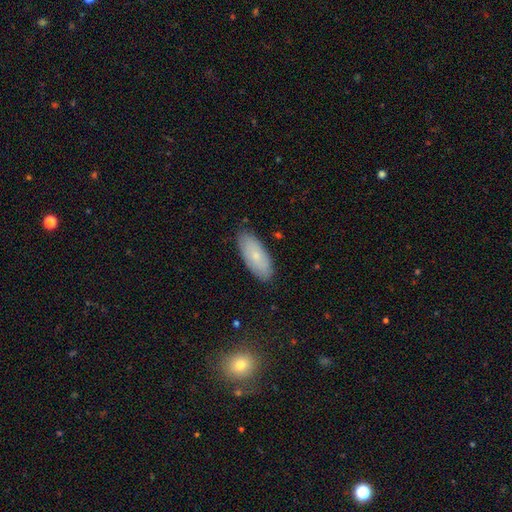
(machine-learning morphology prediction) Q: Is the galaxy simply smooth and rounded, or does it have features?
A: smooth — 70%.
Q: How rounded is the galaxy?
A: in between — 87%.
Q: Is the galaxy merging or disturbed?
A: none — 83%.